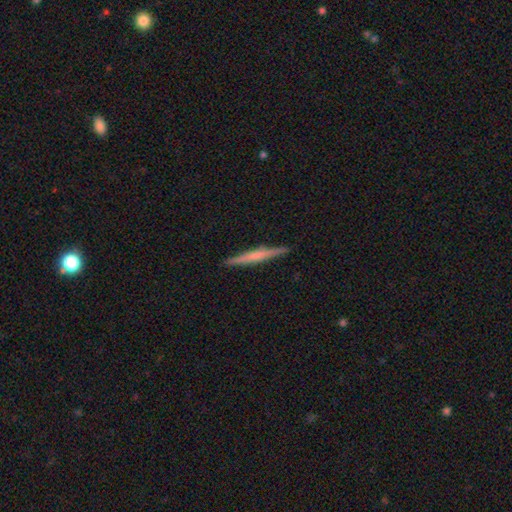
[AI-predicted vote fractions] smooth-or-featured: featured or disk: 61% | smooth: 34% | star or artifact: 6%
  disk-edge-on: yes: 98% | no: 2%
    edge-on-bulge: rounded: 48% | none: 35% | boxy: 18%
  merging: none: 91% | minor disturbance: 6% | major disturbance: 1% | merger: 1%